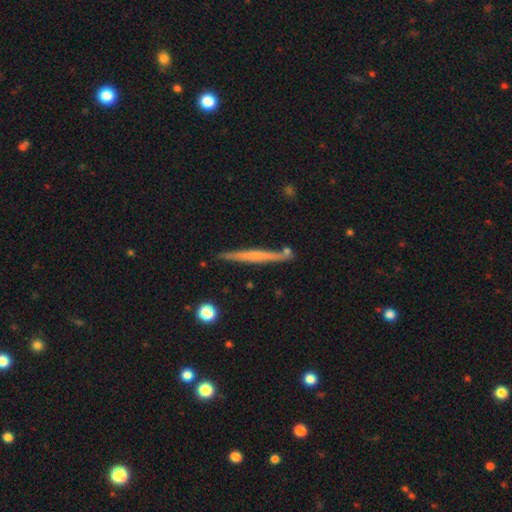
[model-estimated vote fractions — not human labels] Smooth or featured? Predicted: featured or disk (p=0.54). Edge-on disk? Predicted: yes (p=0.97). Edge-on bulge? Predicted: none (p=0.67). Merging? Predicted: none (p=0.85).